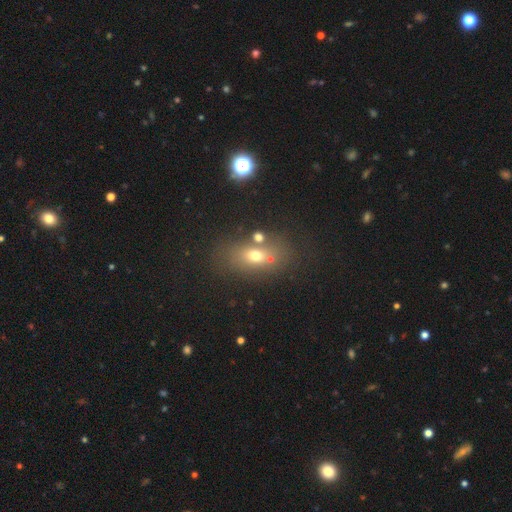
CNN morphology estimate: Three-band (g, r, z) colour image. It shows a smooth galaxy with no disk features (63%) that is in between round and cigar-shaped (71%). Merging: none (63%).